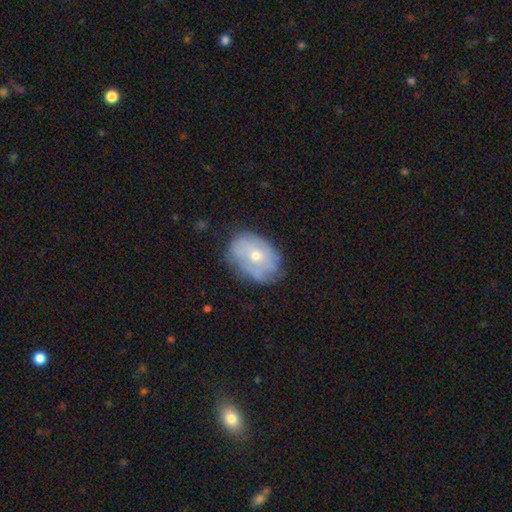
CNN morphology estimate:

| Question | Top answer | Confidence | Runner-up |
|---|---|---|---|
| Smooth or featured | featured or disk | 55% | smooth (37%) |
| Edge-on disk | no | 95% | yes (5%) |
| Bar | no | 86% | weak (12%) |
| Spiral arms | yes | 52% | no (48%) |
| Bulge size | moderate | 53% | small (44%) |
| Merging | none | 64% | minor disturbance (26%) |